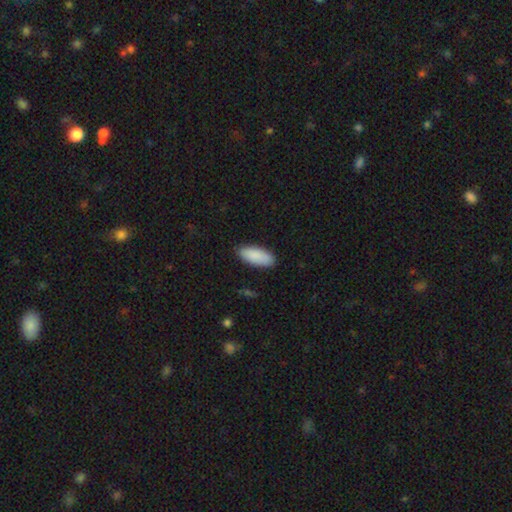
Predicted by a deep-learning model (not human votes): Q: Smooth or featured?
A: smooth (89%); runner-up: star or artifact (6%)
Q: How rounded?
A: in between (85%); runner-up: cigar-shaped (14%)
Q: Merging?
A: none (87%); runner-up: minor disturbance (10%)